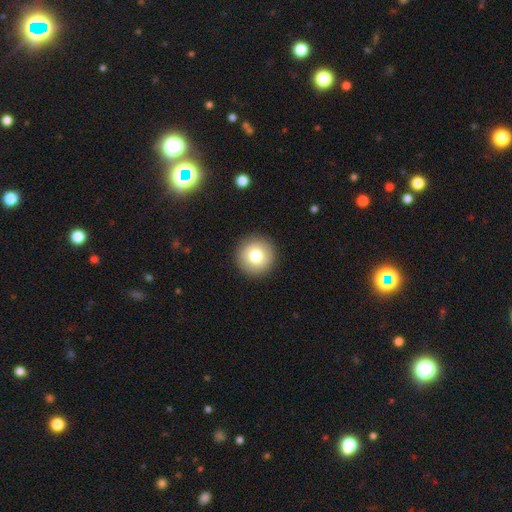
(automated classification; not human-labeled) smooth_or_featured: smooth (p=0.78) [alt: featured or disk p=0.13]
how_rounded: round (p=0.96) [alt: in between p=0.03]
merging: none (p=0.92) [alt: minor disturbance p=0.05]